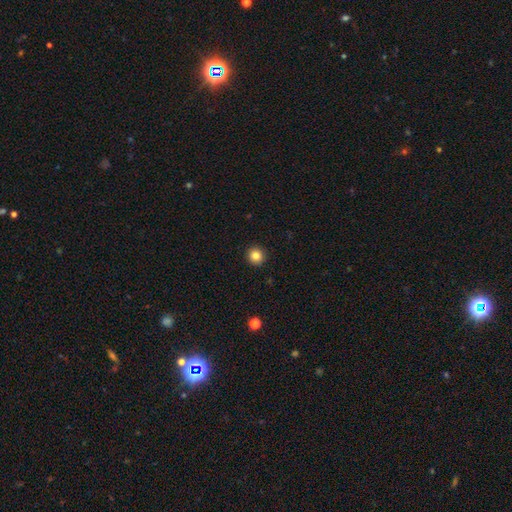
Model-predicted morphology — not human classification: smooth-or-featured: smooth: 84% | star or artifact: 11% | featured or disk: 6%
  how-rounded: round: 94% | in between: 5% | cigar-shaped: 1%
  merging: none: 93% | minor disturbance: 4% | major disturbance: 1% | merger: 1%